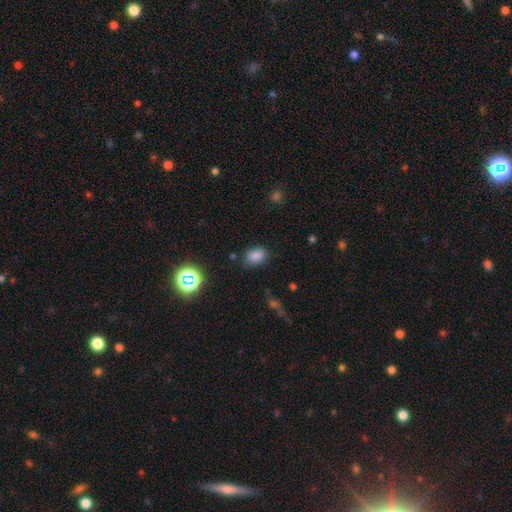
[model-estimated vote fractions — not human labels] A smooth galaxy with no disk features (80%) that is in between round and cigar-shaped (77%). Merging: none (78%).